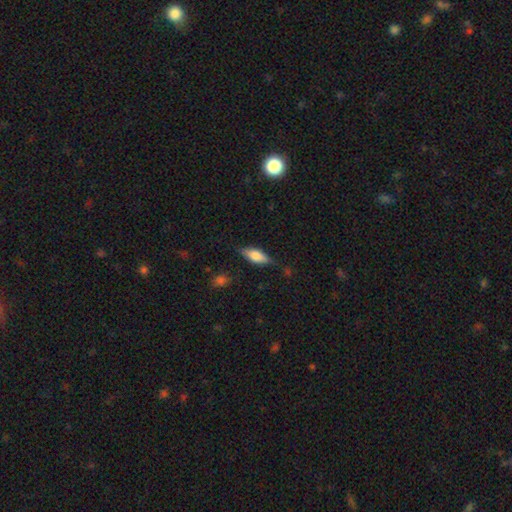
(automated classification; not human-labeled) Q: Smooth or featured?
A: smooth (58%); runner-up: featured or disk (34%)
Q: How rounded?
A: in between (68%); runner-up: cigar-shaped (29%)
Q: Merging?
A: none (79%); runner-up: minor disturbance (15%)